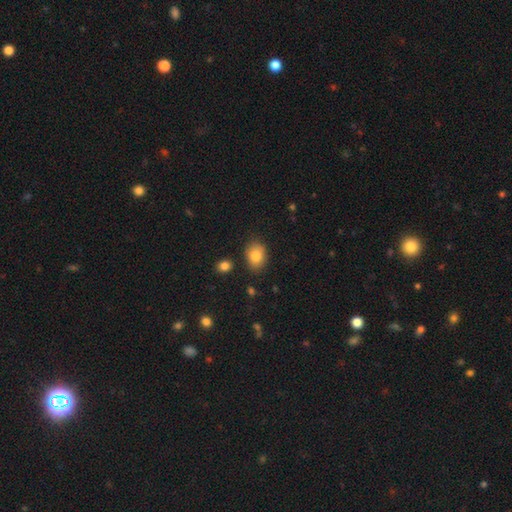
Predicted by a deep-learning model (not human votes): Smooth or featured: smooth — 84% (star or artifact — 8%)
How rounded: in between — 71% (round — 28%)
Merging: none — 82% (minor disturbance — 12%)